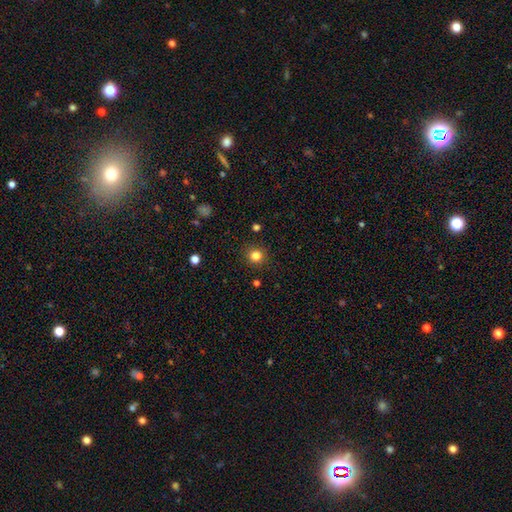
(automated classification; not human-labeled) Overall: smooth (82%). How rounded: round (92%). Merging: none (90%).